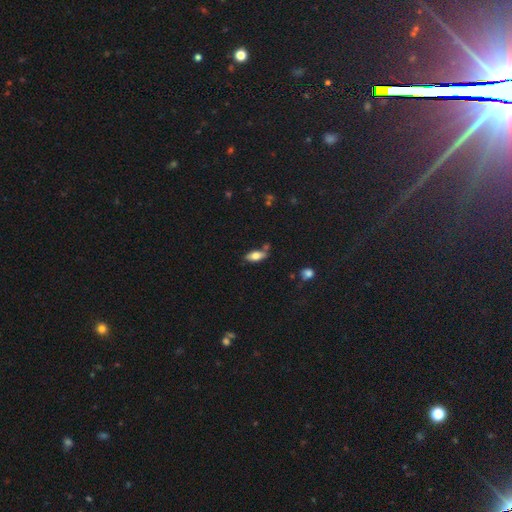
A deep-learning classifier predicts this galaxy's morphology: The model was most divided on "smooth or featured": smooth: 69%, featured or disk: 24%, star or artifact: 7%. More confident: how rounded — in between (81%); merging — none (67%).